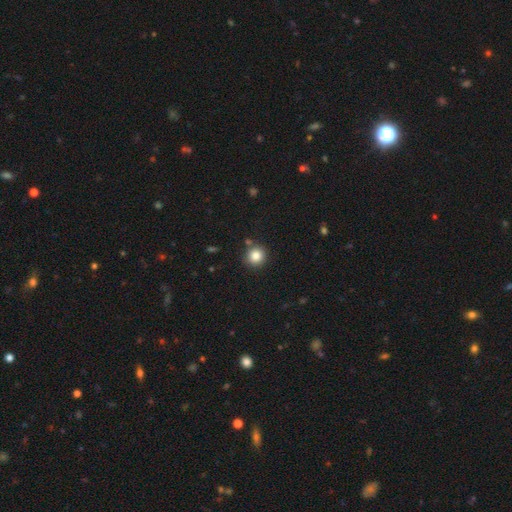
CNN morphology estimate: type=smooth (84%); roundness=round (92%); merging=none (84%).